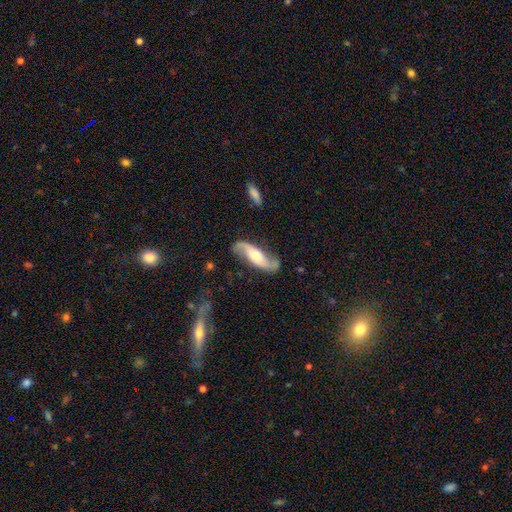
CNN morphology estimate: featured or disk 76%, smooth 19%, star or artifact 5%. Down the decision tree: edge-on disk — no (87%); bar — no (53%); spiral arms — yes (95%); spiral arm count — 2 (91%); spiral winding — loose (64%); bulge size — moderate (48%); merging — none (75%).